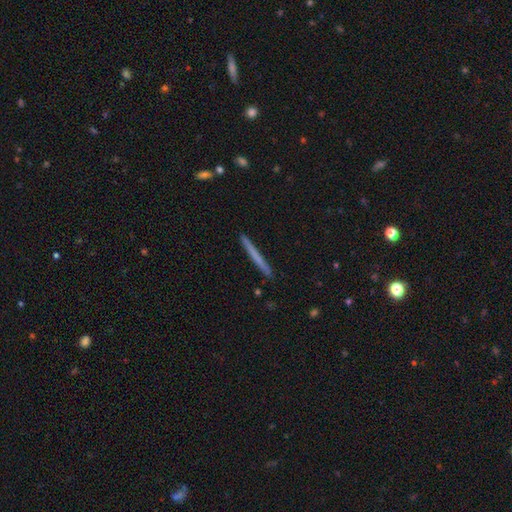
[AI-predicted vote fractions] A smooth galaxy with no disk features (60%) that is cigar-shaped (97%).

Vote fractions:
- Smooth or featured? smooth: 60% / featured or disk: 35% / star or artifact: 6%
- How rounded? cigar-shaped: 97% / in between: 1% / round: 1%
- Merging? none: 92% / minor disturbance: 6% / major disturbance: 1% / merger: 1%